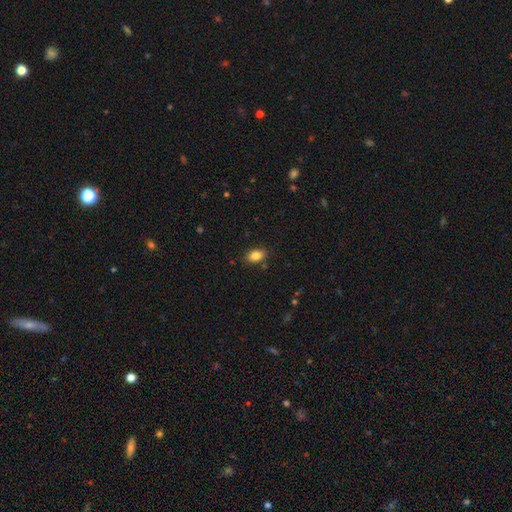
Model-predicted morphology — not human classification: smooth_or_featured: smooth (p=0.85) [alt: star or artifact p=0.09]
how_rounded: in between (p=0.86) [alt: round p=0.12]
merging: none (p=0.86) [alt: minor disturbance p=0.10]